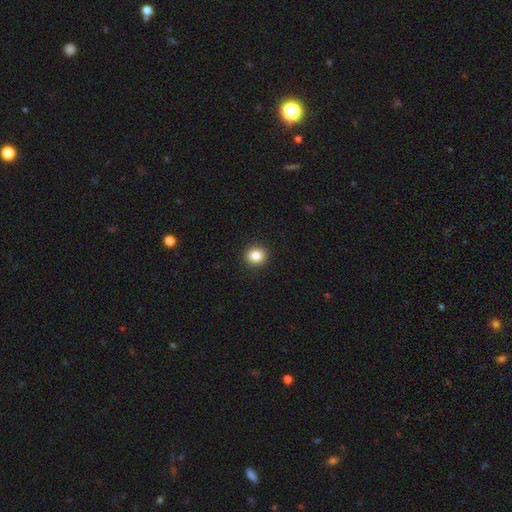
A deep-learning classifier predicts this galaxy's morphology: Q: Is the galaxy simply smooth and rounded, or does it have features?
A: smooth — 85%.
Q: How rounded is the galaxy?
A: round — 84%.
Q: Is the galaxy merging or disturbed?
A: none — 92%.